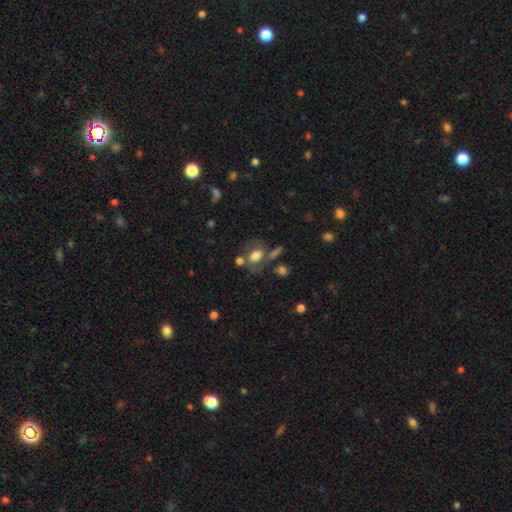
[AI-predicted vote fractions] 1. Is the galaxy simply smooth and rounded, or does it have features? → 56% smooth, 34% featured or disk, 11% star or artifact.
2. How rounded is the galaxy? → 55% in between, 43% round, 2% cigar-shaped.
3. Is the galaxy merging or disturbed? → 52% none, 18% minor disturbance, 17% merger, 12% major disturbance.